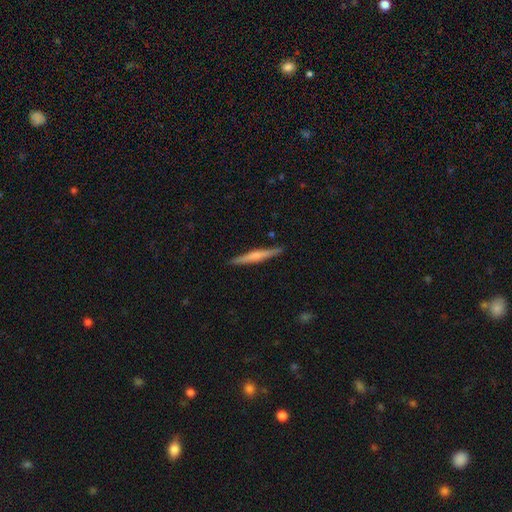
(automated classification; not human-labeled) A featured or disk galaxy (55%) viewed edge-on (97%) with a rounded central bulge (62%). Merging: none (90%).